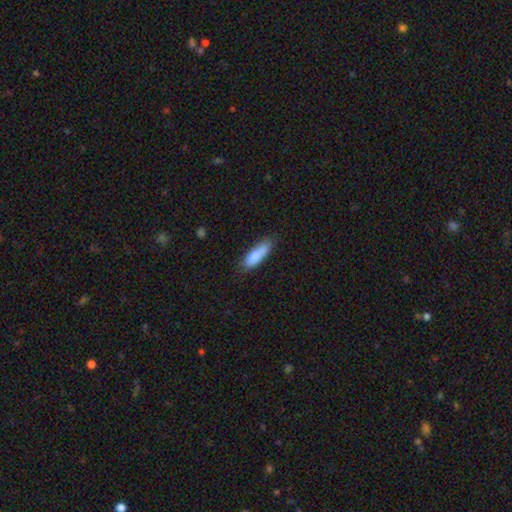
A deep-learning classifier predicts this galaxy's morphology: A smooth galaxy with no disk features (83%) that is cigar-shaped (50%). Merging: none (67%).